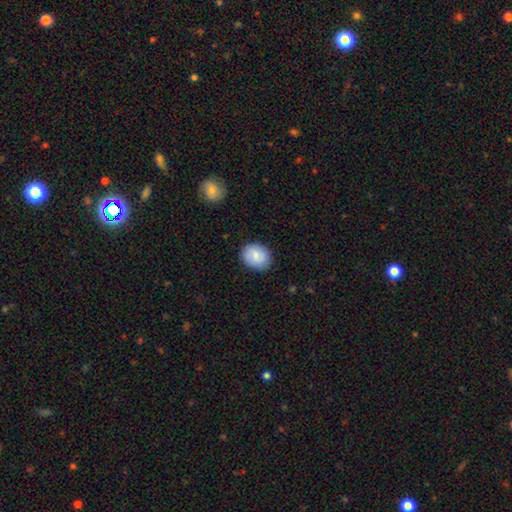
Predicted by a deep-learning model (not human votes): smooth-or-featured: smooth: 83% | featured or disk: 10% | star or artifact: 7%
  how-rounded: in between: 50% | round: 49% | cigar-shaped: 1%
  merging: none: 86% | minor disturbance: 10% | major disturbance: 2% | merger: 1%